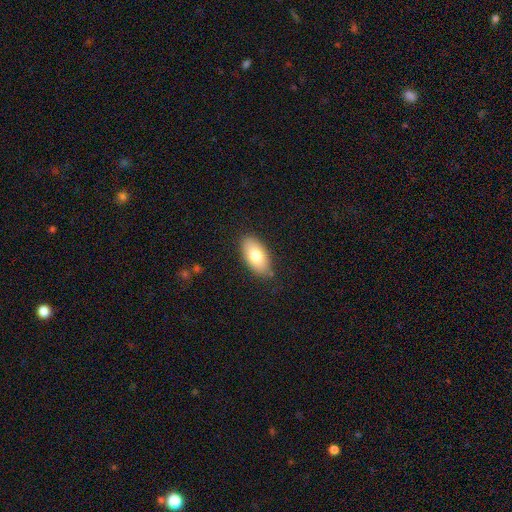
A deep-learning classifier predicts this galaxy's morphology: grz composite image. It shows a smooth galaxy with no disk features (75%) that is in between round and cigar-shaped (92%). Merging: none (82%).